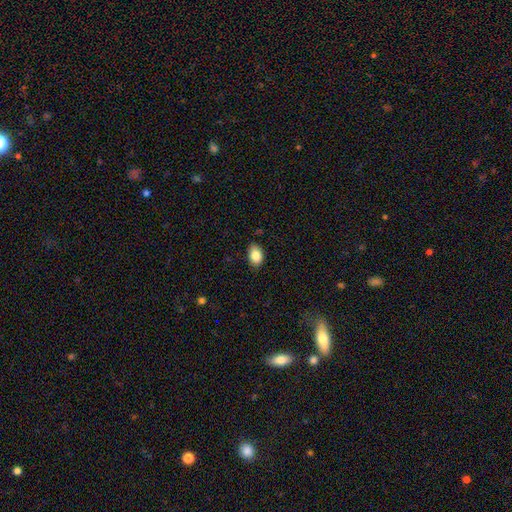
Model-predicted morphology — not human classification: smooth 85%, star or artifact 8%, featured or disk 7%. Down the decision tree: how rounded — in between (82%); merging — none (83%).